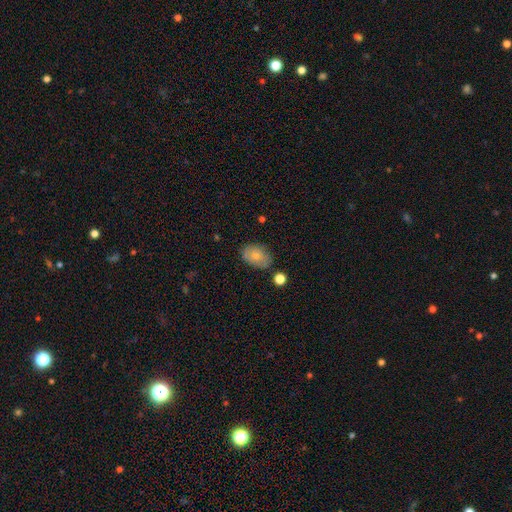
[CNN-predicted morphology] This appears to be a smooth galaxy with no disk features (75%) that is in between round and cigar-shaped (84%). Merging: none (77%).